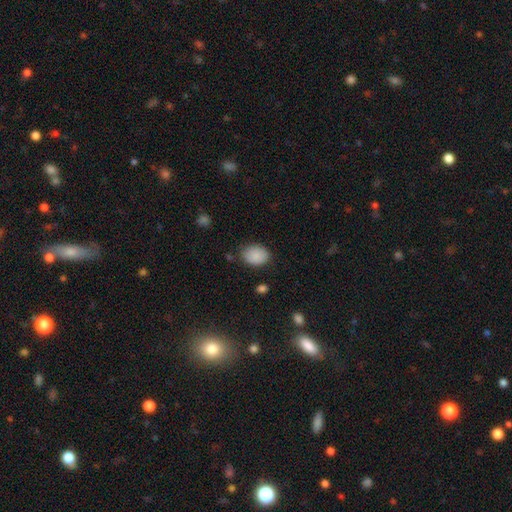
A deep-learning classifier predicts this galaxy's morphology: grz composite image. It shows a smooth galaxy with no disk features (89%) that is in between round and cigar-shaped (70%). Merging: none (78%).